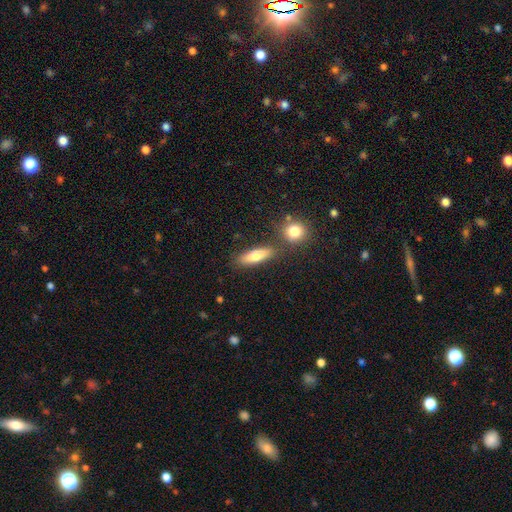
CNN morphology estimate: Overall: smooth (73%). How rounded: in between (51%; cigar-shaped 44%). Merging: none (75%).